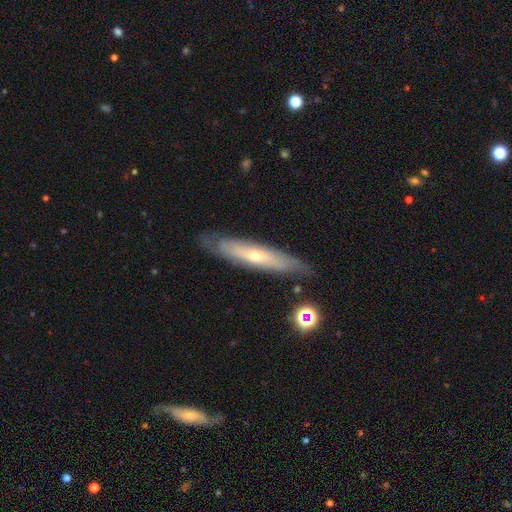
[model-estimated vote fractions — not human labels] A featured or disk galaxy (62%) viewed edge-on (62%). Merging: none (82%).